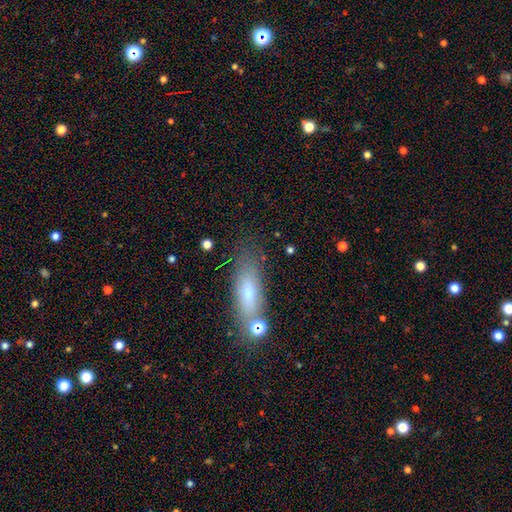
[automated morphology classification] Smooth or featured: smooth — 62% (featured or disk — 24%)
How rounded: in between — 48% (tied with cigar-shaped — 48%)
Merging: none — 70% (minor disturbance — 15%)